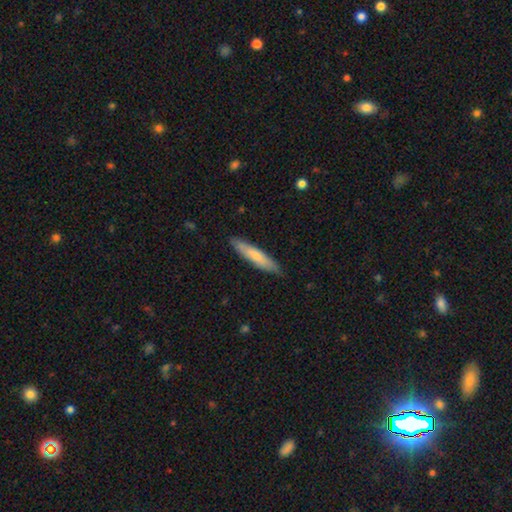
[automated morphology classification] smooth 71%, featured or disk 24%, star or artifact 5%. Down the decision tree: how rounded — cigar-shaped (86%); merging — none (86%).